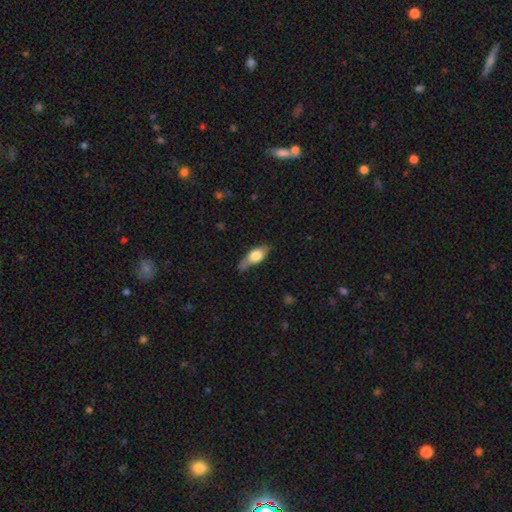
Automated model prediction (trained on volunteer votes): smooth 60%, featured or disk 33%, star or artifact 7%. Down the decision tree: how rounded — in between (71%); merging — none (55%).